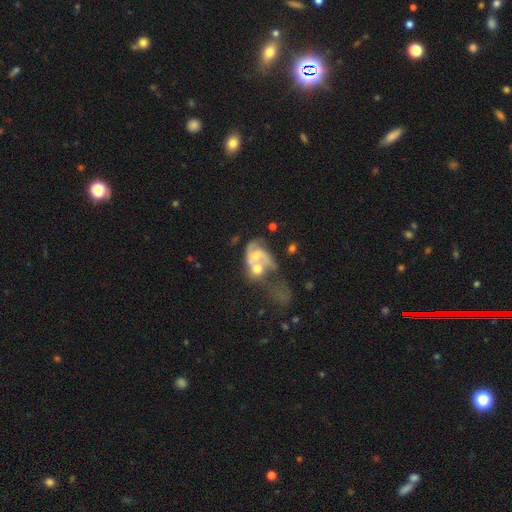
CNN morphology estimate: A featured or disk galaxy (59%) with no bar (71%), spiral arms (59%) and a moderate central bulge (56%).

Vote fractions:
- Smooth or featured? featured or disk: 59% / smooth: 31% / star or artifact: 9%
- Edge-on disk? no: 97% / yes: 3%
- Bar? no: 71% / weak: 24% / strong: 6%
- Spiral arms? yes: 59% / no: 41%
- Bulge size? moderate: 56% / small: 26% / large: 9% / none: 8% / dominant: 2%
- Merging? merger: 67% / major disturbance: 16% / none: 10% / minor disturbance: 6%